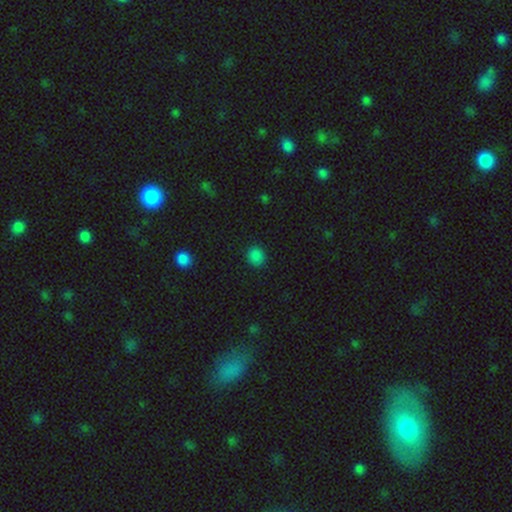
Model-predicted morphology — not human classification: Smooth or featured? smooth (84%)
How rounded? round (80%)
Merging? none (90%)